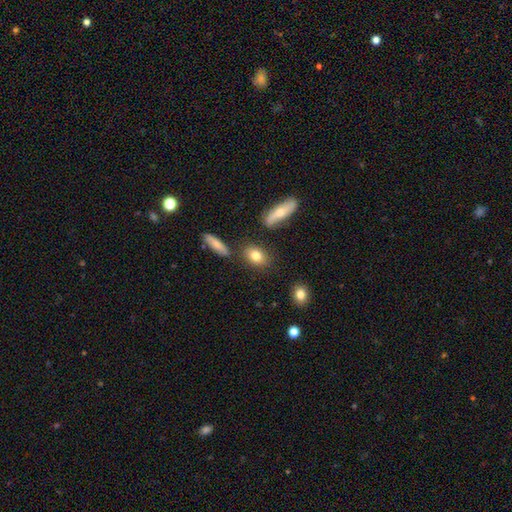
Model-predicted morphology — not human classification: smooth_or_featured: smooth (p=0.79) [alt: featured or disk p=0.13]
how_rounded: in between (p=0.69) [alt: round p=0.27]
merging: none (p=0.79) [alt: minor disturbance p=0.11]